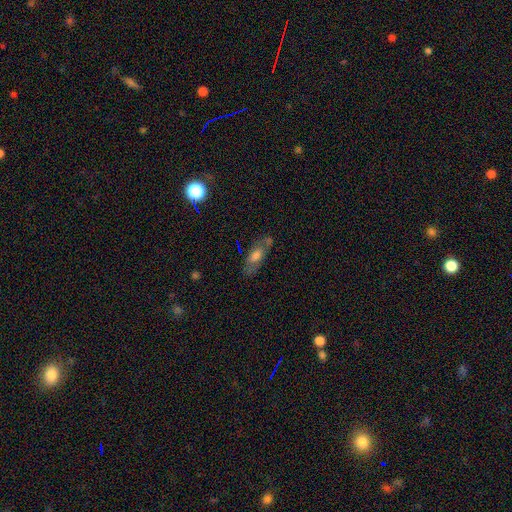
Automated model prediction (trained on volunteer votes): Q: Smooth or featured?
A: smooth (52%); runner-up: featured or disk (39%)
Q: How rounded?
A: in between (75%); runner-up: cigar-shaped (21%)
Q: Merging?
A: none (69%); runner-up: minor disturbance (19%)